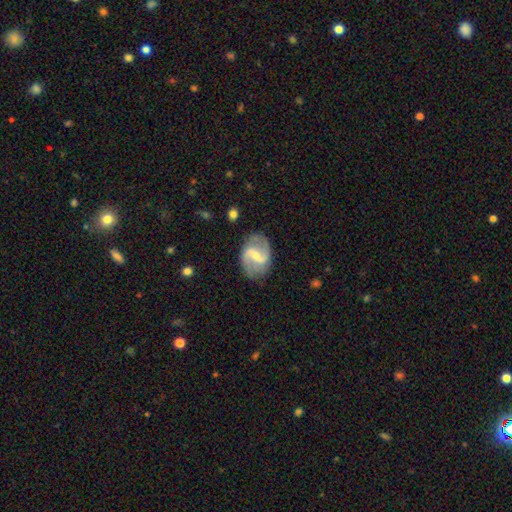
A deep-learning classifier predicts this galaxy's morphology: This is clearly a featured or disk galaxy (83%). It is clearly not viewed edge-on (98%). Bar: possibly weak (51%). Spiral arm pattern: clearly yes (93%). Spiral arm count: clearly 2 (90%). Spiral winding: marginally medium (43%, tied with loose). Central bulge: possibly small (57%). Merging: likely none (78%).